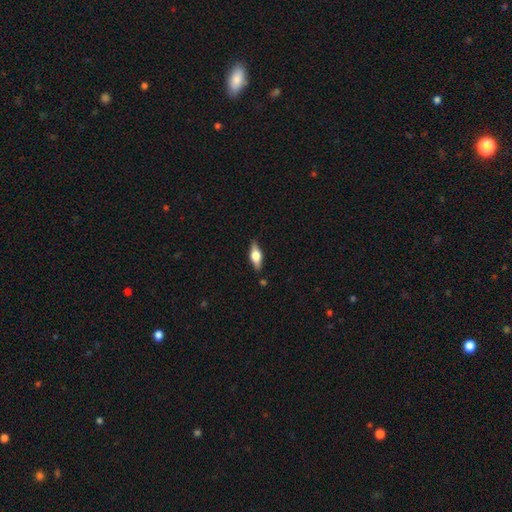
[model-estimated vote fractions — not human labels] A featured or disk galaxy (47%).

Vote fractions:
- Smooth or featured? featured or disk: 47% / smooth: 46% / star or artifact: 7%
- Merging? none: 84% / minor disturbance: 12% / major disturbance: 2% / merger: 2%